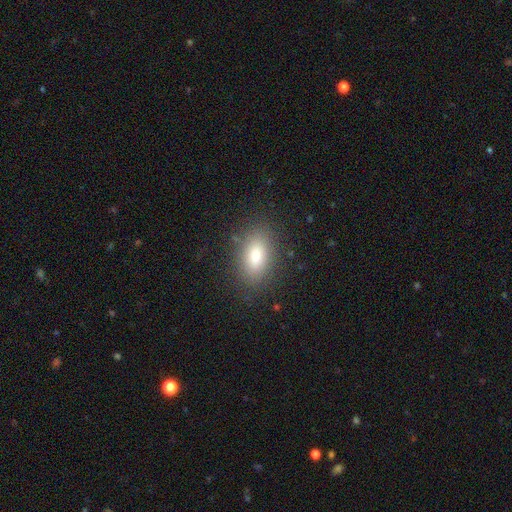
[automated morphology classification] A smooth galaxy with no disk features (81%) that is in between round and cigar-shaped (89%).

Vote fractions:
- Smooth or featured? smooth: 81% / featured or disk: 10% / star or artifact: 9%
- How rounded? in between: 89% / round: 8% / cigar-shaped: 3%
- Merging? none: 84% / minor disturbance: 11% / major disturbance: 4% / merger: 1%